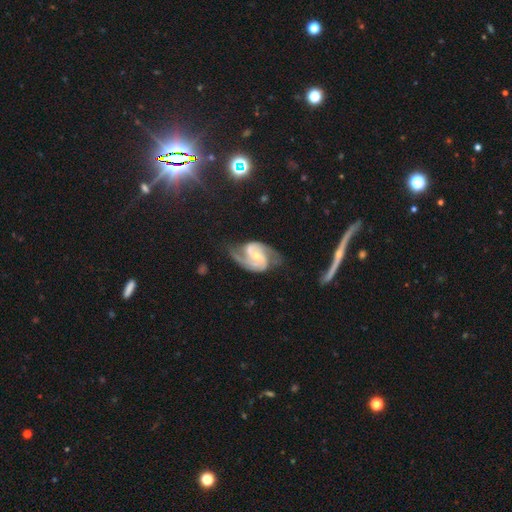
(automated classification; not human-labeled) Morphology: type=featured or disk (90%); edge-on=no (98%); bar=no (41%, tied with weak); spiral arms=yes (98%); winding=medium (54%); arm count=2 (90%); bulge=small (50%); merging=none (65%).